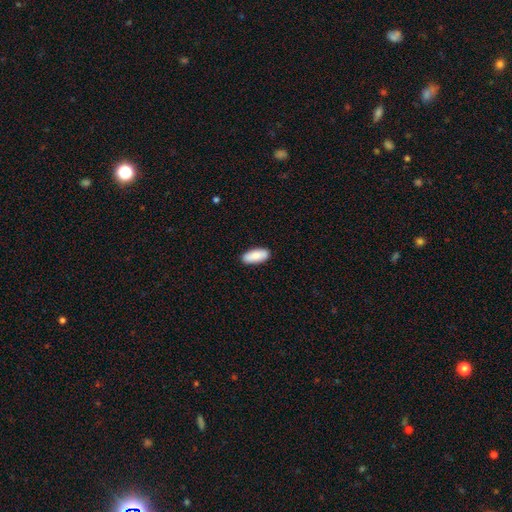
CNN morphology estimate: smooth-or-featured: smooth: 87% | featured or disk: 8% | star or artifact: 6%
  how-rounded: in between: 85% | cigar-shaped: 13% | round: 2%
  merging: none: 89% | minor disturbance: 8% | major disturbance: 2% | merger: 1%